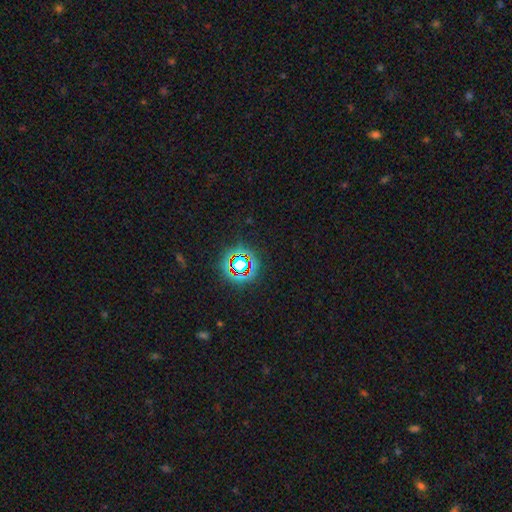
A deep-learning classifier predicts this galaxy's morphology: Smooth or featured?
  - star or artifact: 74% *
  - smooth: 15%
  - featured or disk: 10%